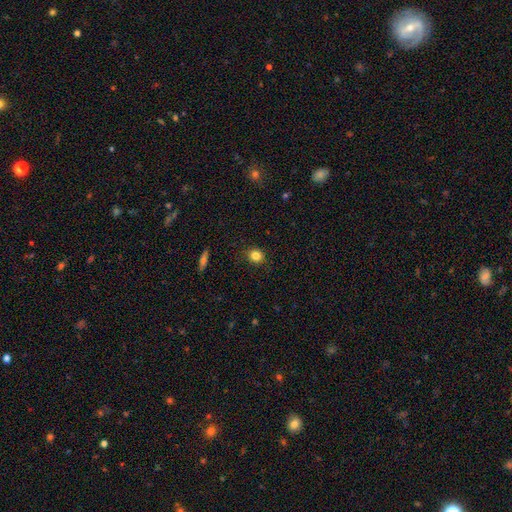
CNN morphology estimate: type=smooth (82%); roundness=round (78%); merging=none (89%).